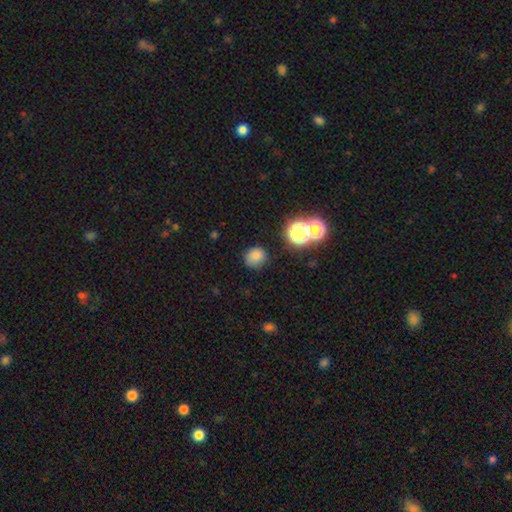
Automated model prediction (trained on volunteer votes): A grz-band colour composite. It shows a smooth galaxy with no disk features (79%) that is round (81%). Merging: none (75%).